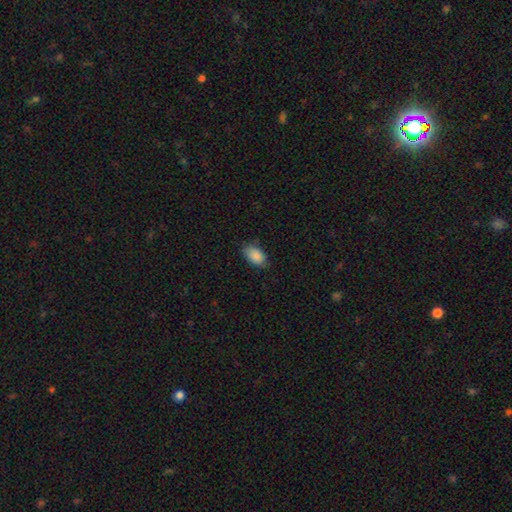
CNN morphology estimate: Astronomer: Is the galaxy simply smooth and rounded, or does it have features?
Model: smooth — 89%.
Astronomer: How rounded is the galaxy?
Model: in between — 92%.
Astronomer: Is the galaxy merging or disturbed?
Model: none — 79%.